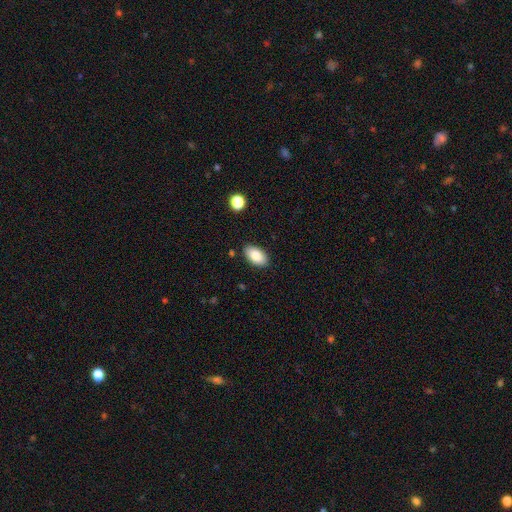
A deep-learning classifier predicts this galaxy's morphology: A smooth galaxy with no disk features (84%) that is in between round and cigar-shaped (94%).

Vote fractions:
- Smooth or featured? smooth: 84% / featured or disk: 9% / star or artifact: 7%
- How rounded? in between: 94% / round: 5% / cigar-shaped: 2%
- Merging? none: 87% / minor disturbance: 10% / major disturbance: 2% / merger: 2%